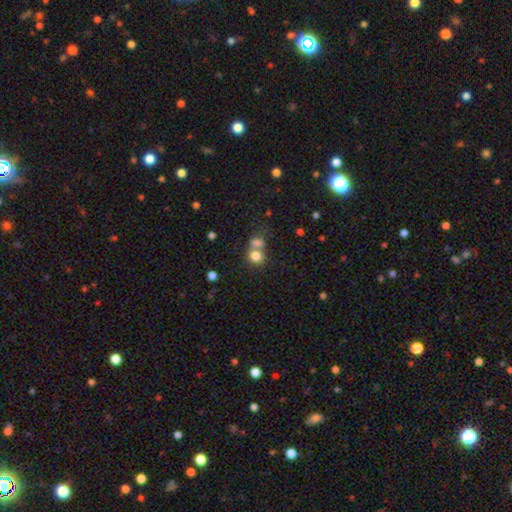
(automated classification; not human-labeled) This is likely a smooth galaxy (77%). How rounded: likely round (62%). Merging: possibly merger (54%).